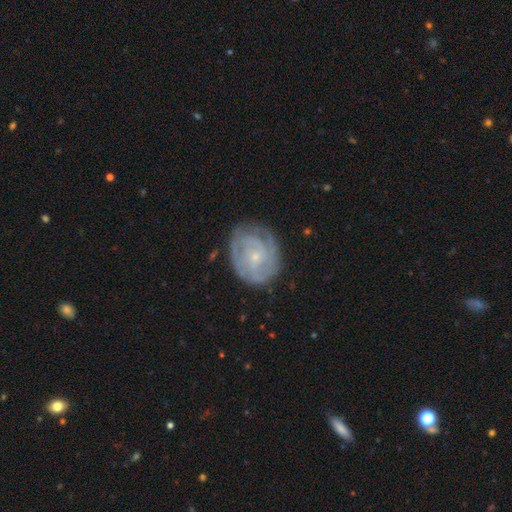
Morphology: type=featured or disk (84%); edge-on=no (94%); bar=no (72%); spiral arms=yes (93%); winding=tight (59%); arm count=3 (37%); bulge=small (90%); merging=none (71%).